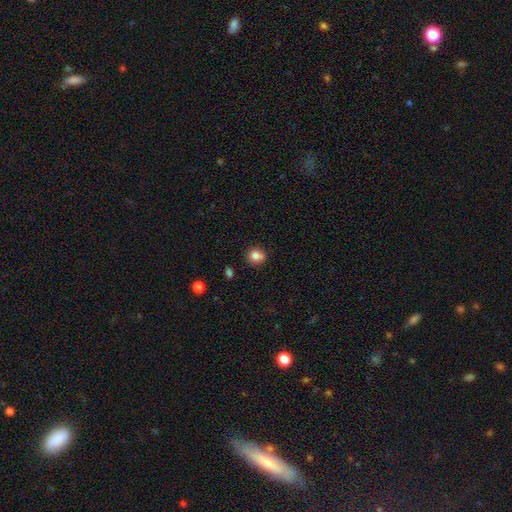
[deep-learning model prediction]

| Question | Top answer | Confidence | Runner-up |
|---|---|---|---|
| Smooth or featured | smooth | 82% | star or artifact (11%) |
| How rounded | round | 83% | in between (16%) |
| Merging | none | 85% | minor disturbance (10%) |